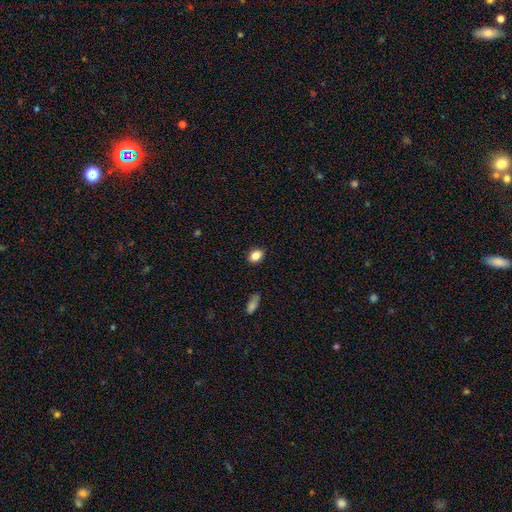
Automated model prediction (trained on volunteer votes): Smooth or featured?
  - smooth: 85% *
  - star or artifact: 9%
  - featured or disk: 6%
How rounded?
  - in between: 70% *
  - round: 29%
  - cigar-shaped: 1%
Merging?
  - none: 88% *
  - minor disturbance: 8%
  - major disturbance: 2%
  - merger: 1%